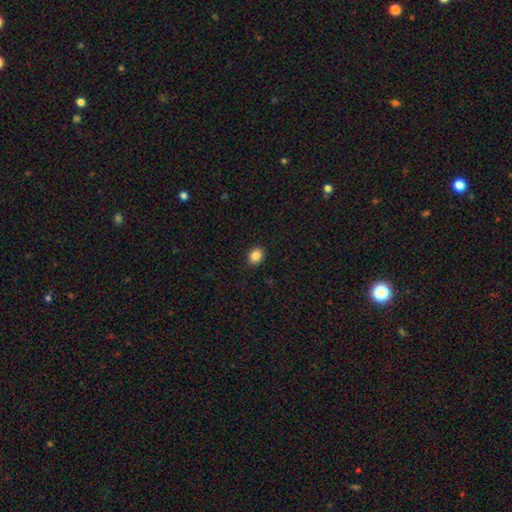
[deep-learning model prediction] A smooth galaxy with no disk features (86%) that is round (52%). Merging: none (90%).